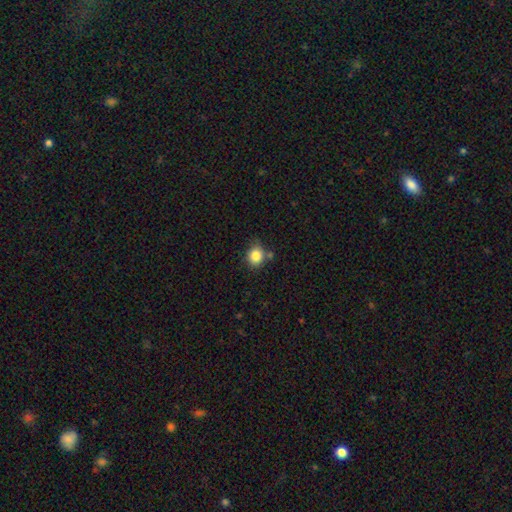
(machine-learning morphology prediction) This is clearly a smooth galaxy (84%). How rounded: likely round (73%). Merging: likely none (71%).